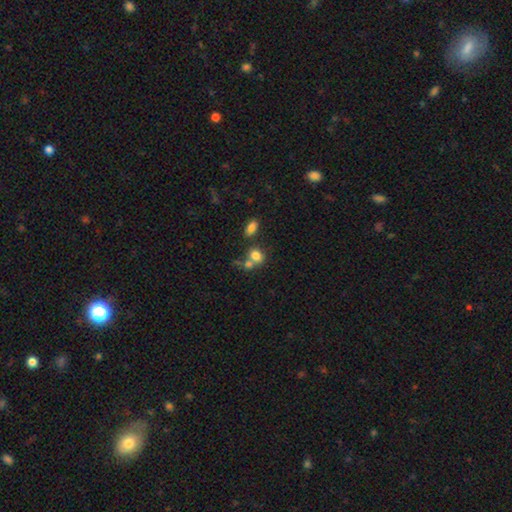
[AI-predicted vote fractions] Q: Smooth or featured?
A: smooth (79%); runner-up: star or artifact (11%)
Q: How rounded?
A: in between (50%); runner-up: round (49%)
Q: Merging?
A: merger (42%); tied with: none (42%)